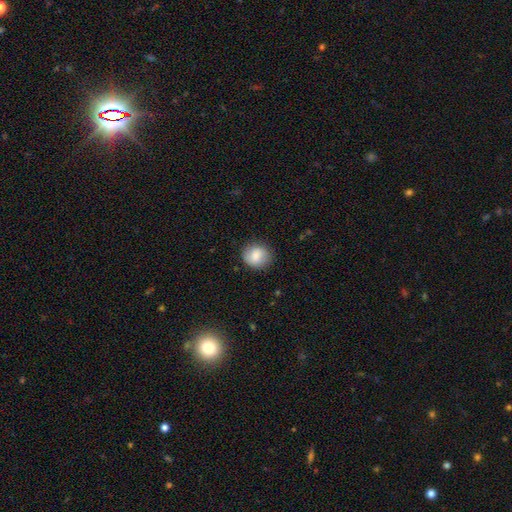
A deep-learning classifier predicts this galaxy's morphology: Smooth or featured: smooth — 82% (featured or disk — 10%)
How rounded: round — 84% (in between — 15%)
Merging: none — 85% (minor disturbance — 11%)